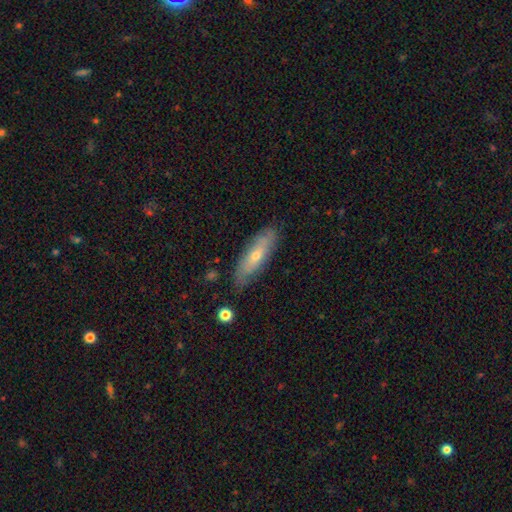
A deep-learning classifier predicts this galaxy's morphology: smooth 50%, featured or disk 44%, star or artifact 7%. Down the decision tree: merging — none (79%).